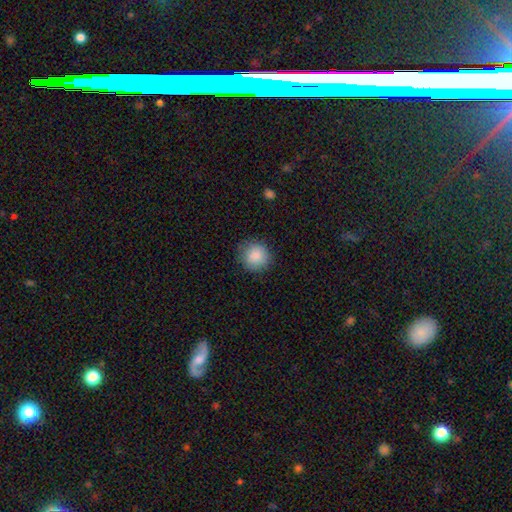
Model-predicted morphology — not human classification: This is clearly a smooth galaxy (87%). How rounded: clearly round (92%). Merging: clearly none (84%).